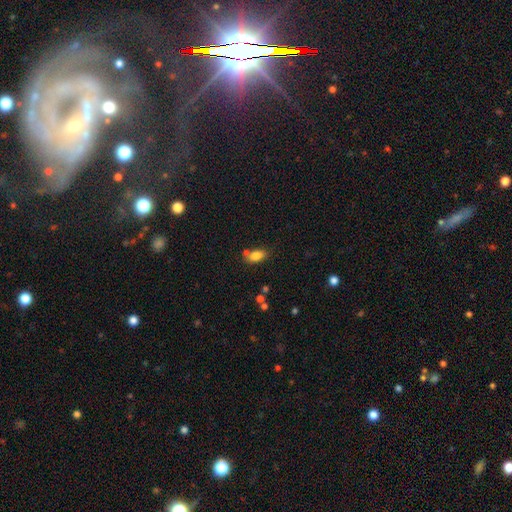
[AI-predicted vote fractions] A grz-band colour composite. It shows a smooth galaxy with no disk features (82%) that is in between round and cigar-shaped (88%). Merging: none (60%).